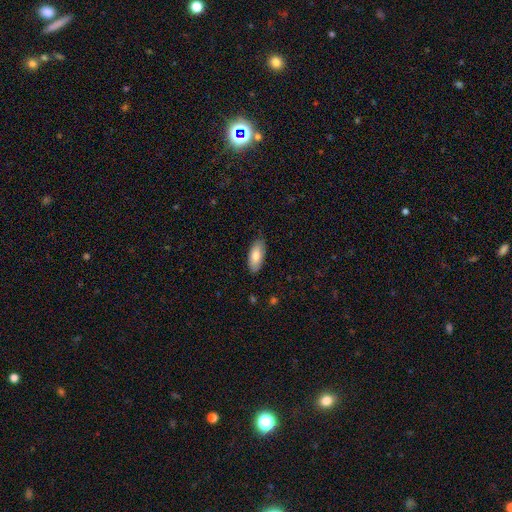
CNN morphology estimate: The model was most divided on "smooth or featured": smooth: 82%, featured or disk: 13%, star or artifact: 6%. More confident: how rounded — in between (87%); merging — none (84%).